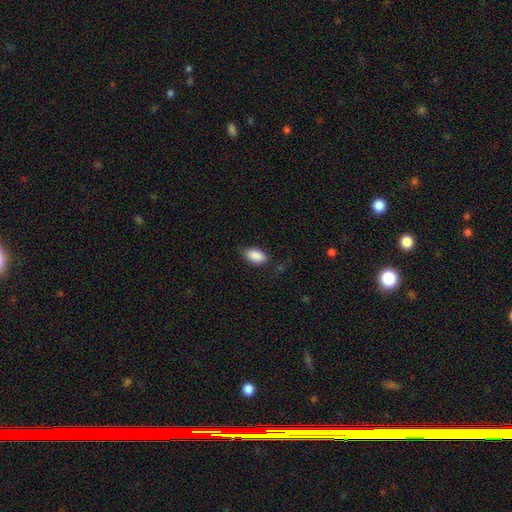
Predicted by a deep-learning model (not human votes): Overall: smooth (89%). How rounded: in between (92%). Merging: none (77%).